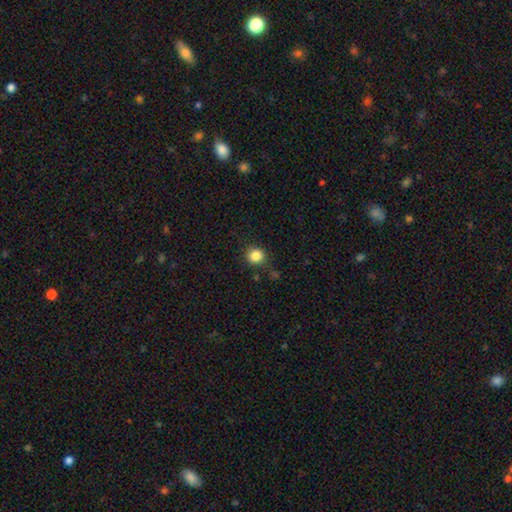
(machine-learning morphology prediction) smooth_or_featured: smooth (p=0.85) [alt: star or artifact p=0.11]
how_rounded: round (p=0.91) [alt: in between p=0.08]
merging: none (p=0.84) [alt: minor disturbance p=0.10]